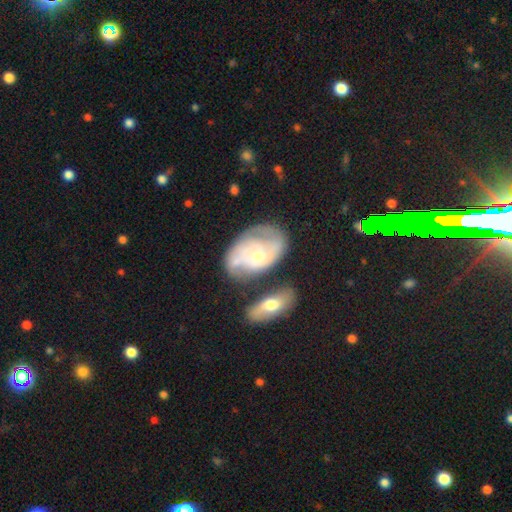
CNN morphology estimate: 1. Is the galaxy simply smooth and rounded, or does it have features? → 71% featured or disk, 23% smooth, 6% star or artifact.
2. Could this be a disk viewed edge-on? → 96% no, 4% yes.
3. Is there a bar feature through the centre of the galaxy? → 70% no, 25% weak, 4% strong.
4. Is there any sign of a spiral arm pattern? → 80% yes, 20% no.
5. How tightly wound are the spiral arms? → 42% tight, 40% medium, 18% loose.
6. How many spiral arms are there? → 47% 2, 33% can't tell, 9% 3, 7% 1, 3% 4, 2% more than 4.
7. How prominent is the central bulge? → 58% small, 35% moderate, 3% none, 3% large, 1% dominant.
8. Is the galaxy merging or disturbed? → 43% none, 23% minor disturbance, 20% merger, 13% major disturbance.